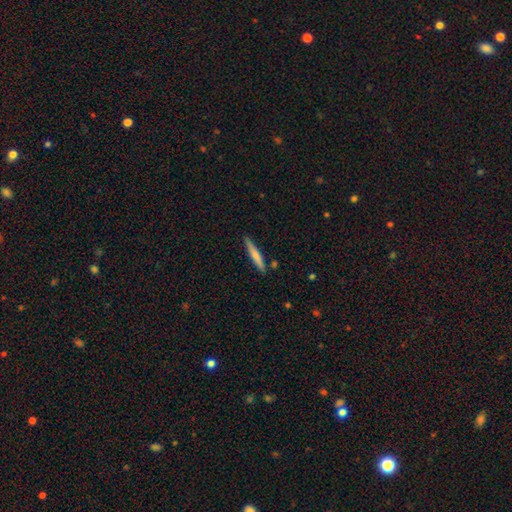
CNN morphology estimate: type=smooth (69%); roundness=cigar-shaped (94%); merging=none (84%).